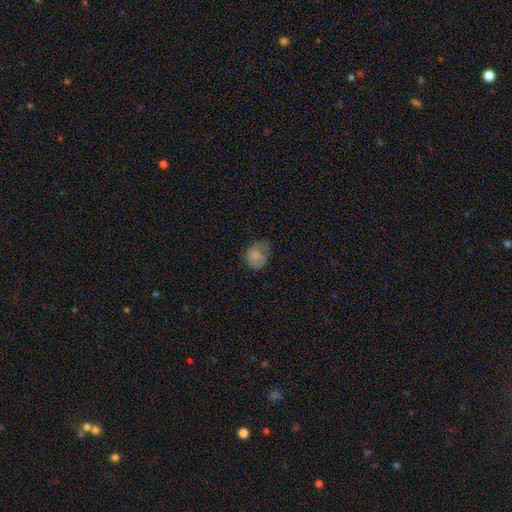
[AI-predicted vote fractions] Overall: smooth (75%). How rounded: round (60%; in between 39%). Merging: none (49%; minor disturbance 33%).